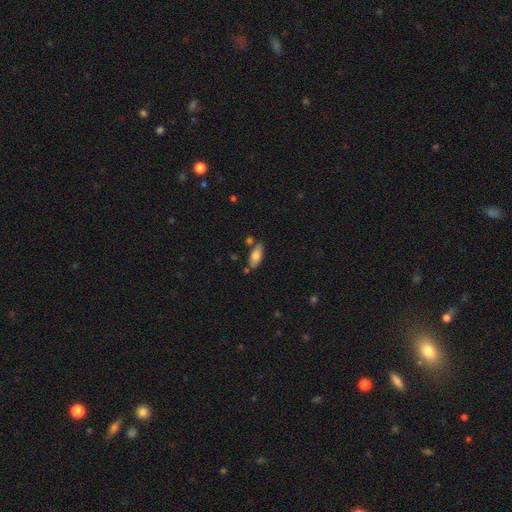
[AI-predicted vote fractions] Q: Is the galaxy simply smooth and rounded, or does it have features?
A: smooth — 76%.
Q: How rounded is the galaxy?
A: in between — 82%.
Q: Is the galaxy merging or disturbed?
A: none — 72%.